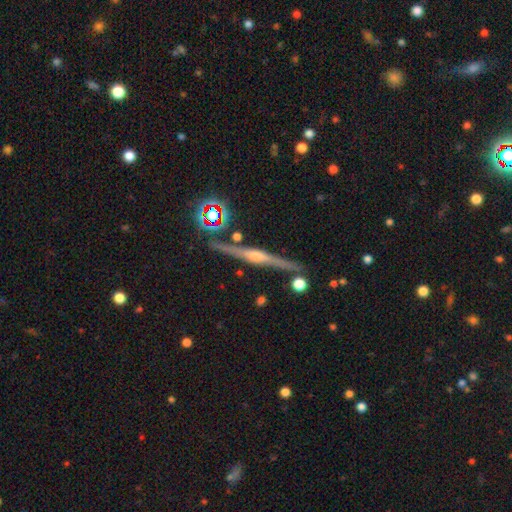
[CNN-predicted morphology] type=featured or disk (76%); edge-on=yes (97%); edge-on bulge=rounded (80%); merging=none (85%).